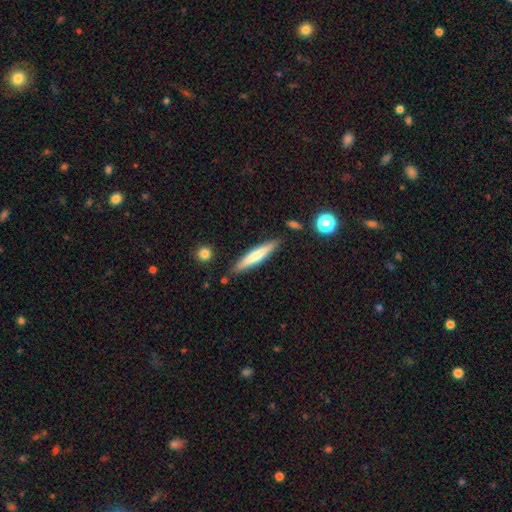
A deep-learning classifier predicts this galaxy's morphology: Smooth or featured?
  - smooth: 60% *
  - featured or disk: 34%
  - star or artifact: 6%
How rounded?
  - cigar-shaped: 91% *
  - in between: 8%
  - round: 1%
Merging?
  - none: 85% *
  - minor disturbance: 10%
  - merger: 3%
  - major disturbance: 2%